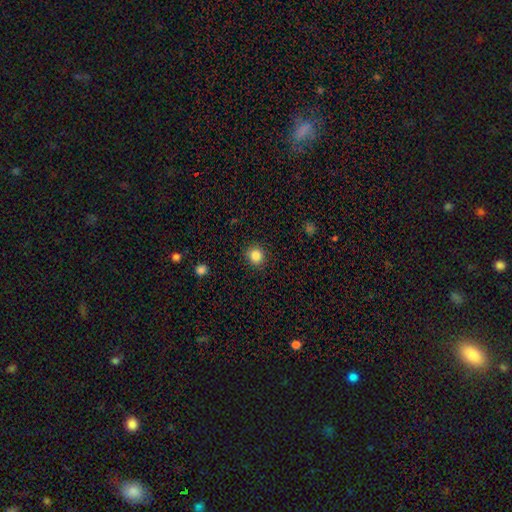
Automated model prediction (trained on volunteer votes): Morphology: type=smooth (85%); roundness=round (90%); merging=none (91%).